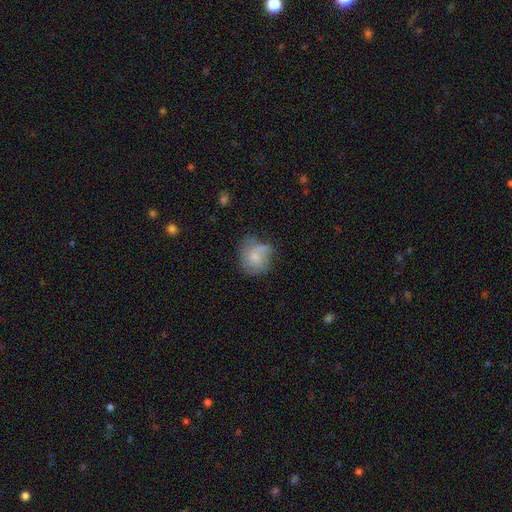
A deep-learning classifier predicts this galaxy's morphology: smooth_or_featured: smooth (p=0.60) [alt: featured or disk p=0.32]
how_rounded: round (p=0.70) [alt: in between p=0.29]
merging: none (p=0.44) [alt: minor disturbance p=0.32]